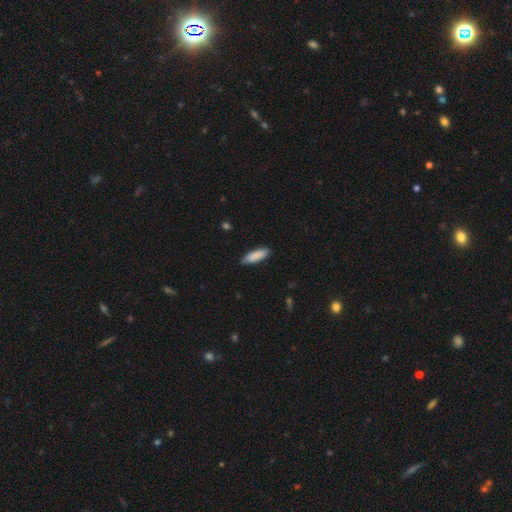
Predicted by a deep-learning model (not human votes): Smooth or featured?
  - smooth: 89% *
  - featured or disk: 6%
  - star or artifact: 6%
How rounded?
  - in between: 50% *
  - cigar-shaped: 49%
  - round: 1%
Merging?
  - none: 86% *
  - minor disturbance: 12%
  - major disturbance: 2%
  - merger: 1%